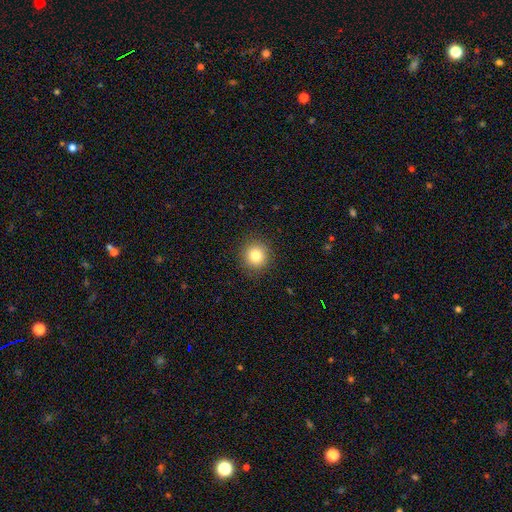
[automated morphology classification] The model was most divided on "smooth or featured": smooth: 82%, star or artifact: 11%, featured or disk: 7%. More confident: how rounded — round (92%); merging — none (90%).